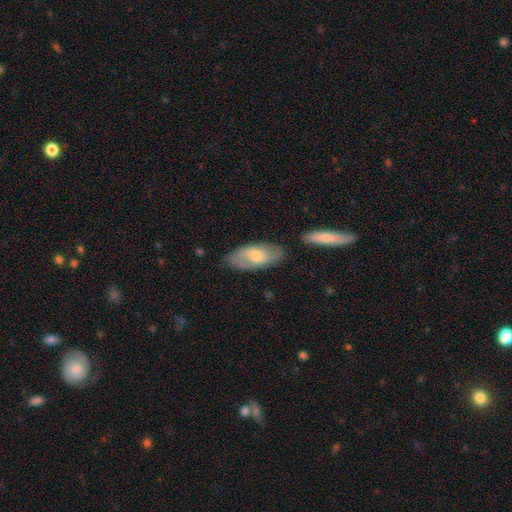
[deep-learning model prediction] The model was most divided on "smooth or featured": smooth: 50%, featured or disk: 44%, star or artifact: 6%. More confident: how rounded — in between (85%); merging — none (77%).